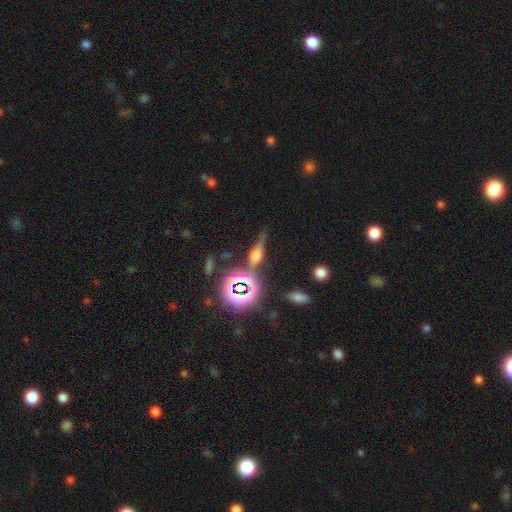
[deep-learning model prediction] Smooth or featured? Predicted: featured or disk (p=0.44). Merging? Predicted: none (p=0.68).